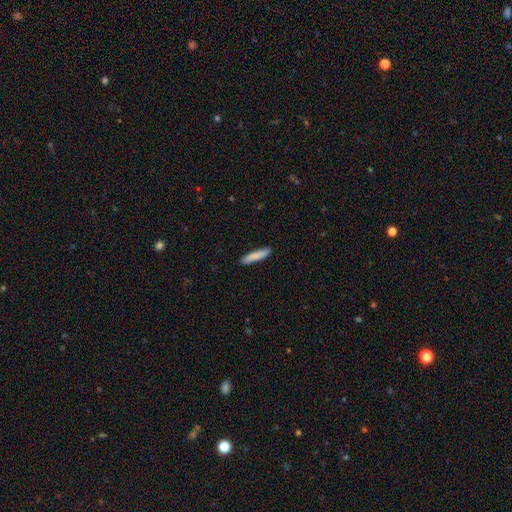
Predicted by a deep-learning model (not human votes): Q: Smooth or featured?
A: smooth (84%); runner-up: featured or disk (10%)
Q: How rounded?
A: cigar-shaped (88%); runner-up: in between (10%)
Q: Merging?
A: none (89%); runner-up: minor disturbance (8%)